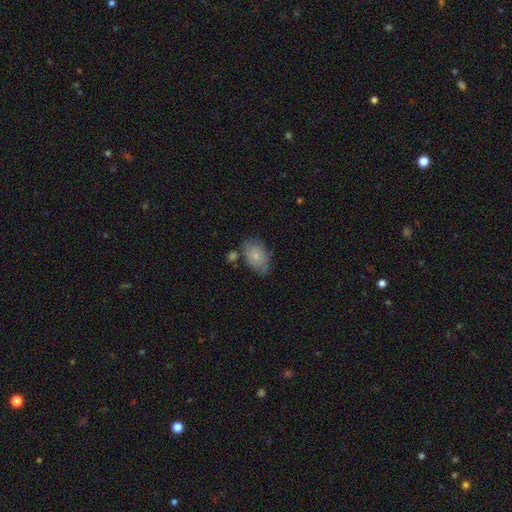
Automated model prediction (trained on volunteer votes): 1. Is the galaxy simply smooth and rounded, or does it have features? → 72% smooth, 21% featured or disk, 7% star or artifact.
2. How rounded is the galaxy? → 82% in between, 16% round, 1% cigar-shaped.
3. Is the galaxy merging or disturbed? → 54% none, 28% minor disturbance, 9% merger, 8% major disturbance.